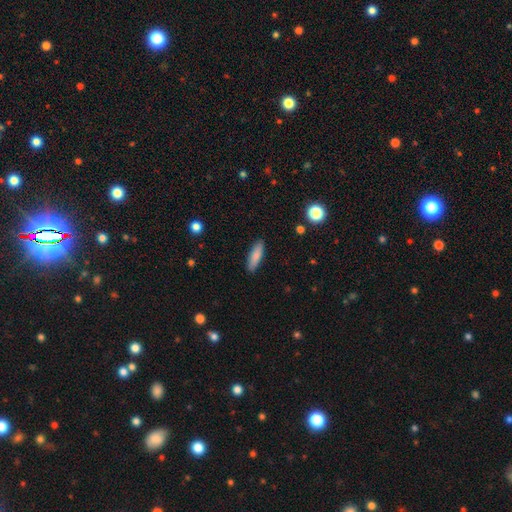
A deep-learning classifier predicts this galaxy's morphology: smooth 83%, featured or disk 11%, star or artifact 7%. Down the decision tree: how rounded — cigar-shaped (59%); merging — none (89%).